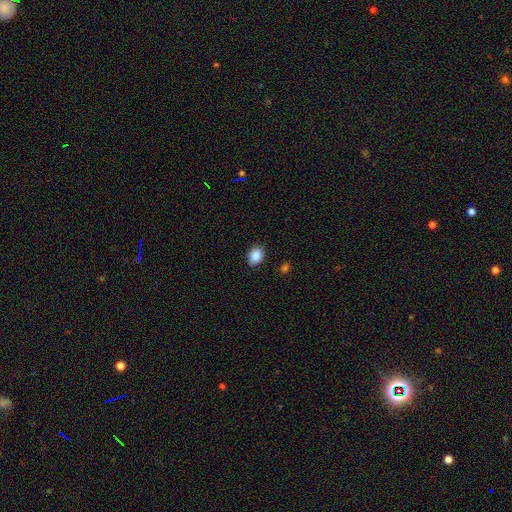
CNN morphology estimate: Smooth or featured?
  - smooth: 88% *
  - star or artifact: 8%
  - featured or disk: 3%
How rounded?
  - in between: 58% *
  - round: 41%
  - cigar-shaped: 1%
Merging?
  - none: 85% *
  - minor disturbance: 12%
  - major disturbance: 2%
  - merger: 1%